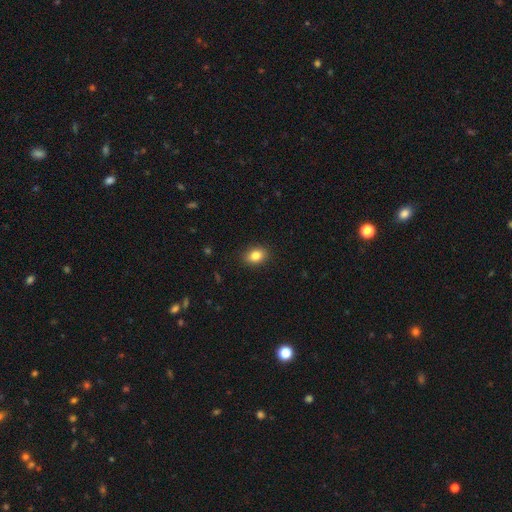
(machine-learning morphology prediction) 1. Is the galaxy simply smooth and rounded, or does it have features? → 84% smooth, 9% star or artifact, 7% featured or disk.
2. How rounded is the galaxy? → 69% in between, 30% round, 1% cigar-shaped.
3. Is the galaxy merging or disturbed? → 89% none, 8% minor disturbance, 2% major disturbance, 1% merger.